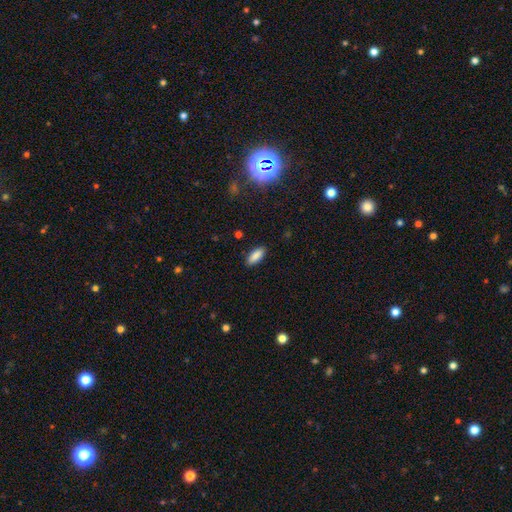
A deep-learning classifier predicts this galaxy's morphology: smooth_or_featured: smooth (p=0.89) [alt: star or artifact p=0.07]
how_rounded: in between (p=0.82) [alt: cigar-shaped p=0.16]
merging: none (p=0.89) [alt: minor disturbance p=0.08]